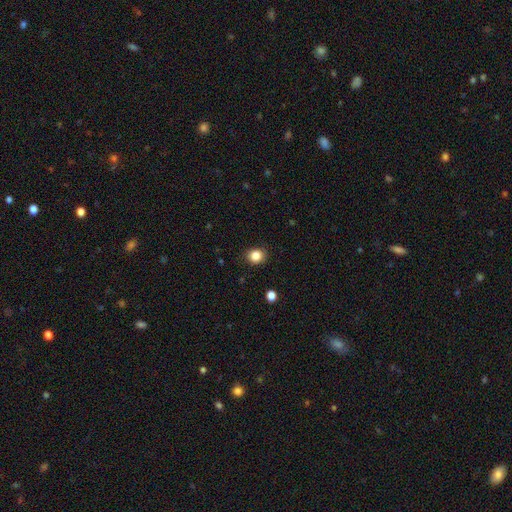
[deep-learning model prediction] Morphology: type=smooth (85%); roundness=round (73%); merging=none (88%).